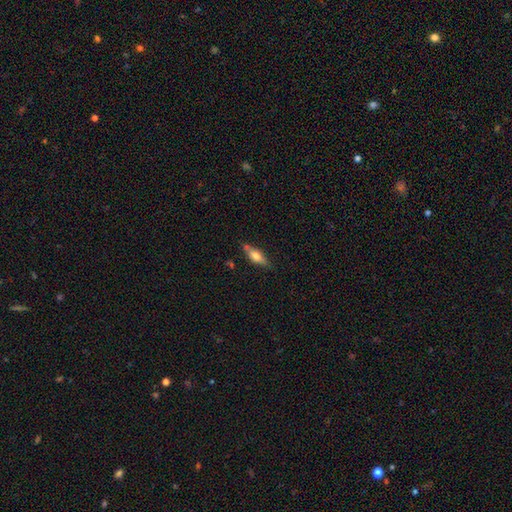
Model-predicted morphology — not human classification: type=smooth (54%); roundness=in between (52%); merging=none (72%).